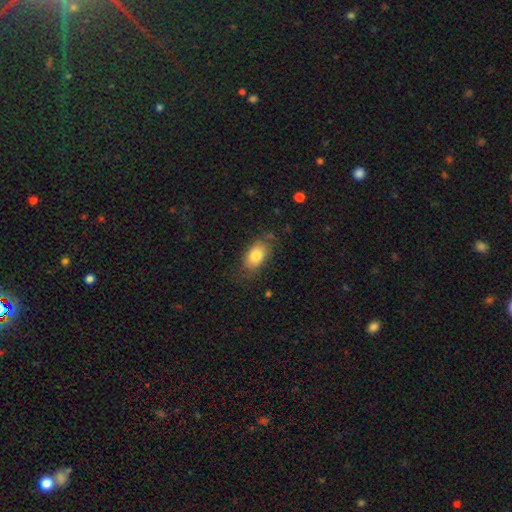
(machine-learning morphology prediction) smooth-or-featured: smooth: 80% | featured or disk: 12% | star or artifact: 8%
  how-rounded: in between: 88% | round: 9% | cigar-shaped: 2%
  merging: none: 75% | minor disturbance: 18% | major disturbance: 5% | merger: 2%